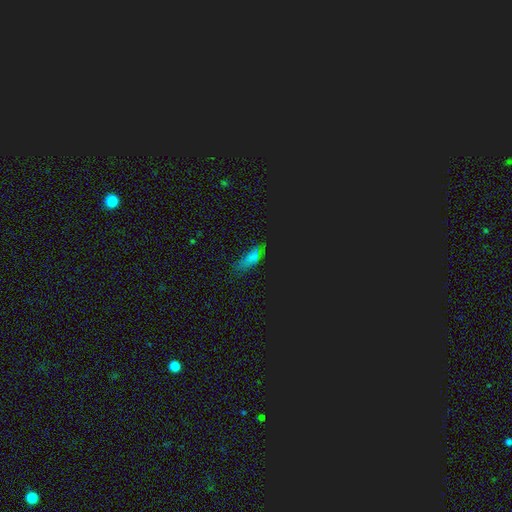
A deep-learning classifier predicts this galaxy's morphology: A smooth galaxy with no disk features (49%).

Vote fractions:
- Smooth or featured? smooth: 49% / star or artifact: 41% / featured or disk: 10%
- Merging? none: 60% / minor disturbance: 25% / major disturbance: 11% / merger: 4%